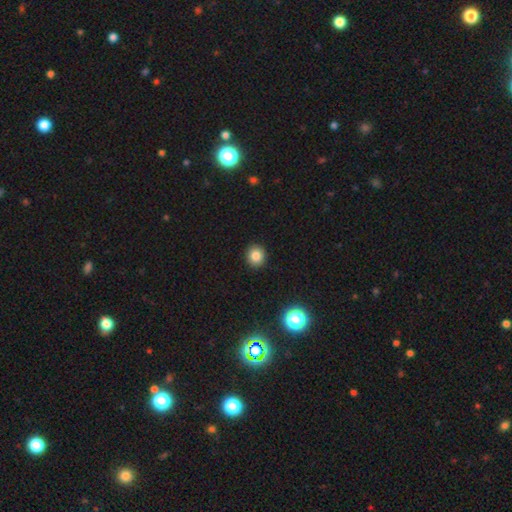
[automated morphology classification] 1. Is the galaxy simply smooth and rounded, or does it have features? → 83% smooth, 12% star or artifact, 5% featured or disk.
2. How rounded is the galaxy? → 88% round, 11% in between, 1% cigar-shaped.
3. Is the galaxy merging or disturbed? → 92% none, 5% minor disturbance, 2% major disturbance, 1% merger.